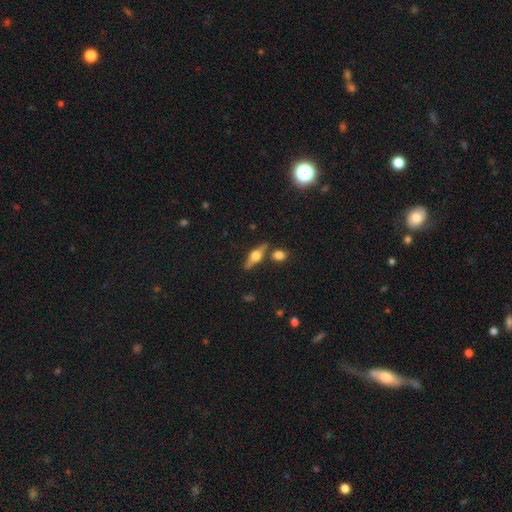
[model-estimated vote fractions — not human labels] A featured or disk galaxy (67%) viewed edge-on (95%) with a rounded central bulge (95%). Merging: none (79%).